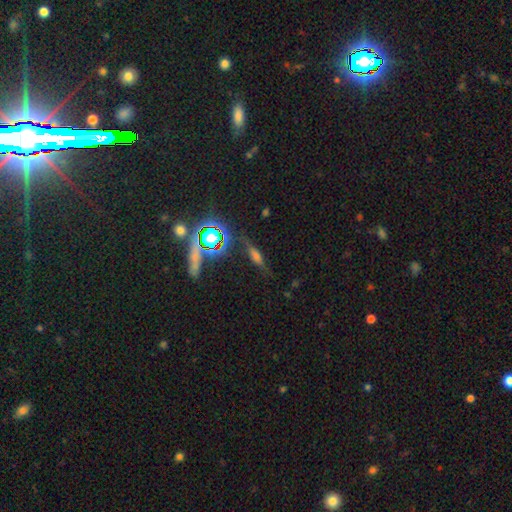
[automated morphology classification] Overall: featured or disk (37%; smooth 36%). Merging: none (76%).